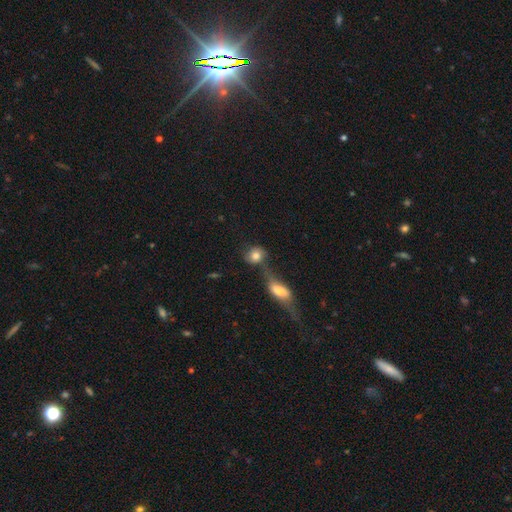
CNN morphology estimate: Smooth or featured? Predicted: smooth (p=0.74). How rounded? Predicted: round (p=0.66). Merging? Predicted: merger (p=0.51).